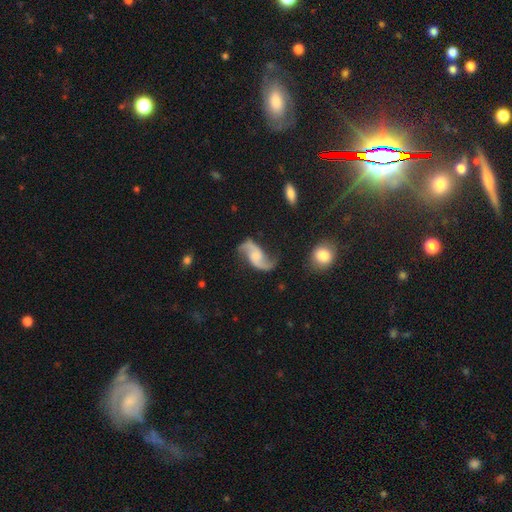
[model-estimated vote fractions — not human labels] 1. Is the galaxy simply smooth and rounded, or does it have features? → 88% featured or disk, 7% smooth, 5% star or artifact.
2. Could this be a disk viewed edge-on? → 97% no, 3% yes.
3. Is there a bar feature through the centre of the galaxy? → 54% no, 36% weak, 9% strong.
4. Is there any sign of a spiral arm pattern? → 97% yes, 3% no.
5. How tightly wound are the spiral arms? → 78% loose, 18% medium, 4% tight.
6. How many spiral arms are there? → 94% 2, 2% 1, 2% can't tell, 1% 3, 1% 4, 1% more than 4.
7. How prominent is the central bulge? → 35% none, 27% small, 26% moderate, 10% large, 2% dominant.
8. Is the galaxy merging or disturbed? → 74% none, 16% minor disturbance, 7% major disturbance, 3% merger.